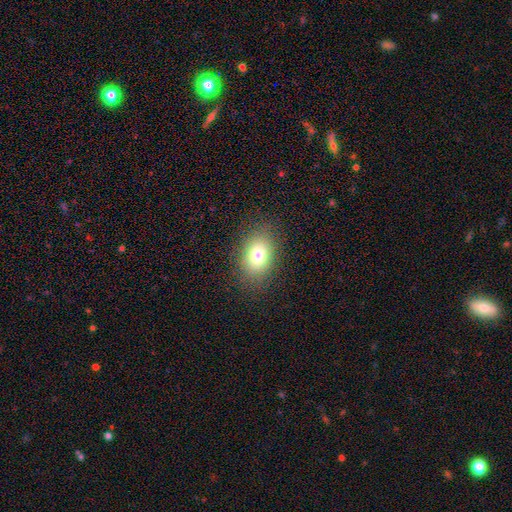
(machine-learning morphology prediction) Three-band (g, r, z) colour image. It shows a smooth galaxy with no disk features (77%) that is in between round and cigar-shaped (79%). Merging: none (84%).